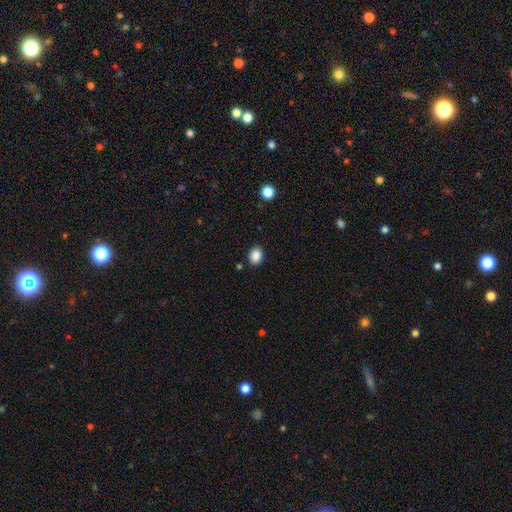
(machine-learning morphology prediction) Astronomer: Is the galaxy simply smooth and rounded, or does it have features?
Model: smooth — 88%.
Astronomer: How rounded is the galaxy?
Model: in between — 59% (runner-up: round, 40%).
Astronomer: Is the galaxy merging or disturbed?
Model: none — 87%.